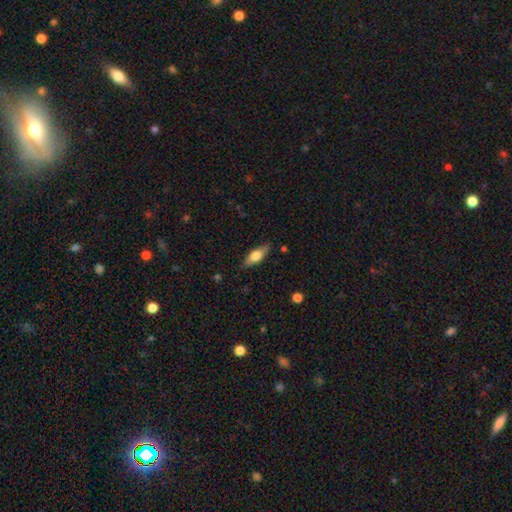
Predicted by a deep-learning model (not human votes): This appears to be a smooth galaxy with no disk features (59%) that is in between round and cigar-shaped (65%). Merging: none (83%).